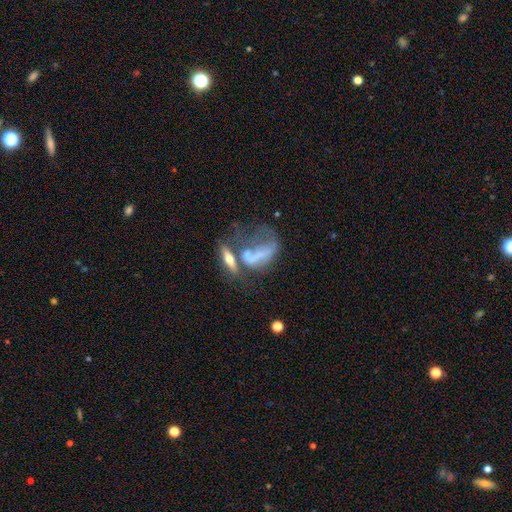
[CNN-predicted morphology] The model was most divided on "smooth or featured": featured or disk: 47%, smooth: 41%, star or artifact: 12%. Remaining: merging — merger (41%).